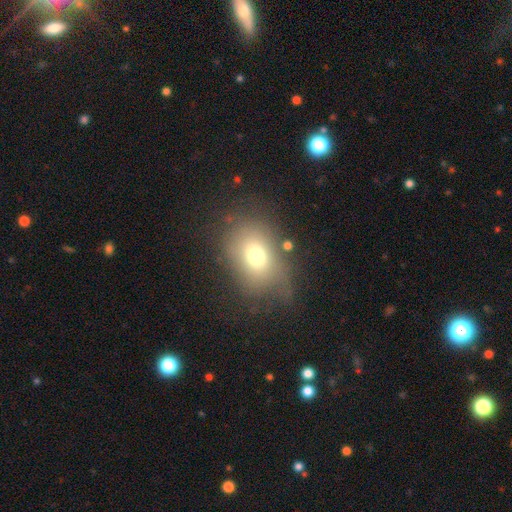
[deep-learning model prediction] The model was most divided on "how rounded": in between: 59%, round: 39%, cigar-shaped: 1%. More confident: smooth or featured — smooth (69%); merging — none (55%).